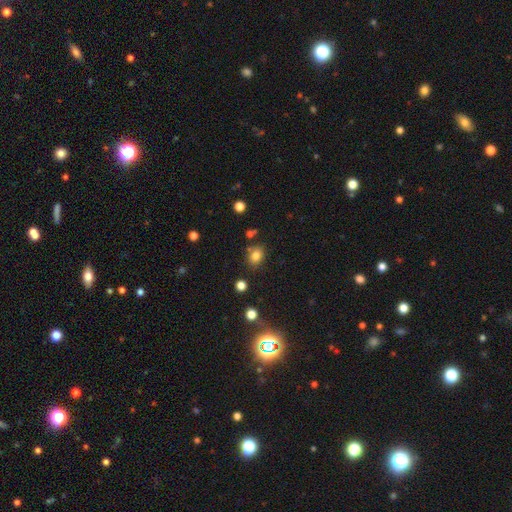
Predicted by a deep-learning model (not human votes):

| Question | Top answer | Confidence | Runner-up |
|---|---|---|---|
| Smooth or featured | smooth | 80% | star or artifact (13%) |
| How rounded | in between | 57% | round (42%) |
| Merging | none | 76% | minor disturbance (14%) |